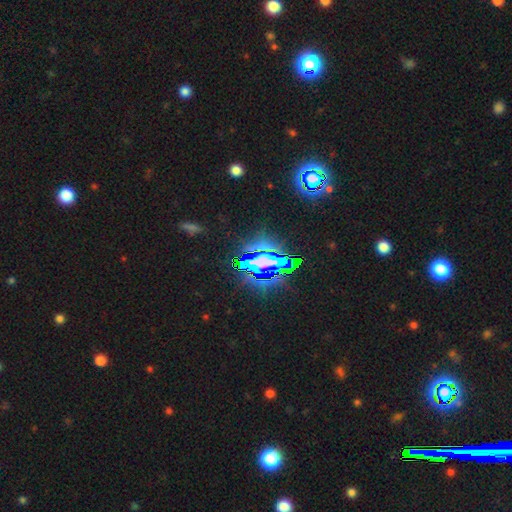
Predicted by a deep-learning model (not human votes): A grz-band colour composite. It shows a star or artifact, not a galaxy (66%).